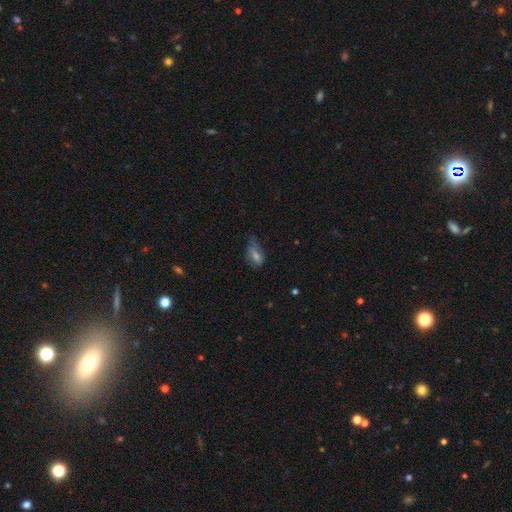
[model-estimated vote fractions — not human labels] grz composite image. It shows a smooth galaxy with no disk features (55%) that is in between round and cigar-shaped (80%). Merging: none (43%).